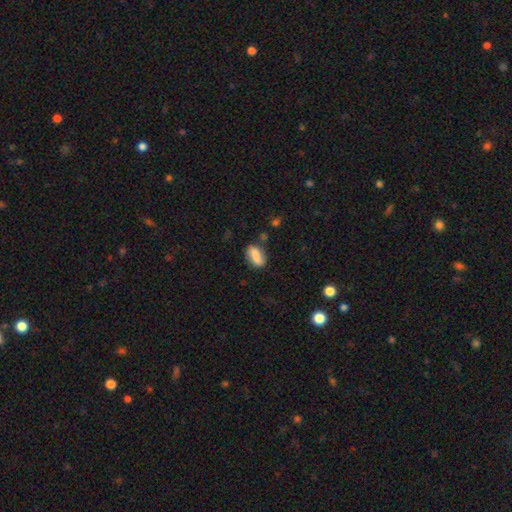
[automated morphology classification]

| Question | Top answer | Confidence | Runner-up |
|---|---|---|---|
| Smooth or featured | smooth | 75% | featured or disk (17%) |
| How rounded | in between | 83% | cigar-shaped (10%) |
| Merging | none | 71% | minor disturbance (19%) |